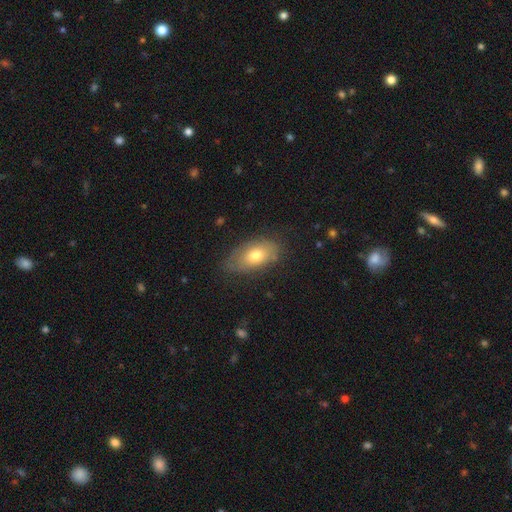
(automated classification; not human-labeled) smooth-or-featured: smooth: 69% | featured or disk: 24% | star or artifact: 7%
  how-rounded: in between: 91% | round: 6% | cigar-shaped: 3%
  merging: none: 70% | minor disturbance: 23% | major disturbance: 6% | merger: 1%